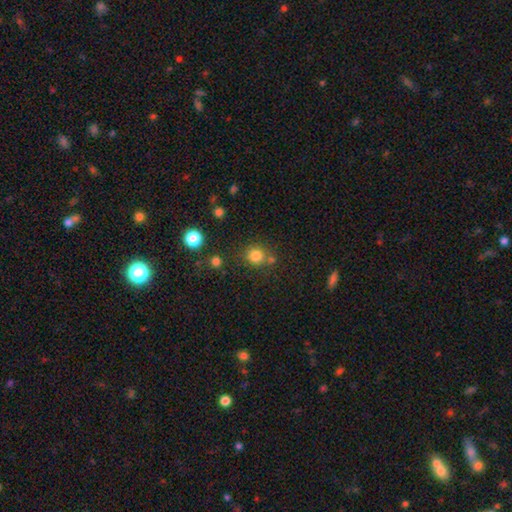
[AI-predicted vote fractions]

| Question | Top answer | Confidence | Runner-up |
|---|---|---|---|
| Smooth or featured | smooth | 81% | star or artifact (13%) |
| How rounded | round | 89% | in between (10%) |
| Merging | none | 72% | merger (13%) |